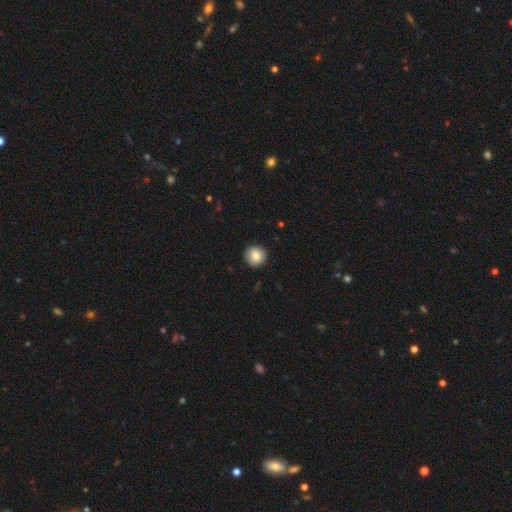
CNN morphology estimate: This appears to be a smooth galaxy with no disk features (82%) that is round (94%). Merging: none (91%).